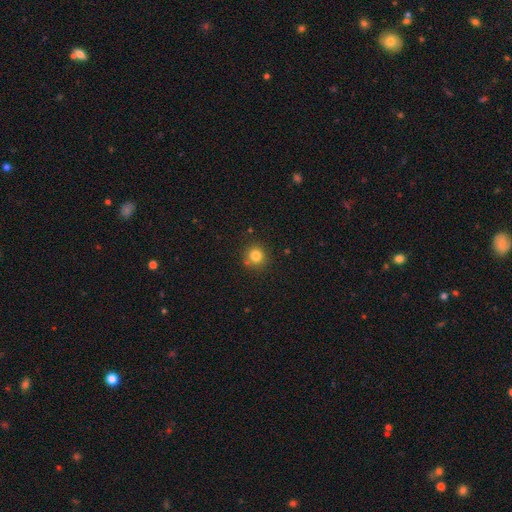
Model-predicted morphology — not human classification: Overall: smooth (82%). How rounded: round (92%). Merging: none (83%).